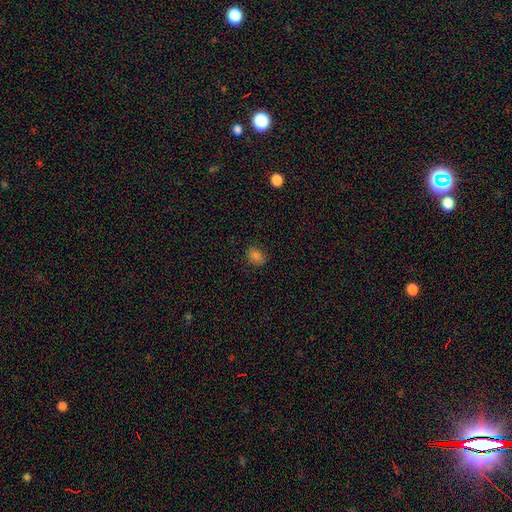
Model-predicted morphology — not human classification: Smooth or featured?
  - smooth: 80% *
  - star or artifact: 13%
  - featured or disk: 7%
How rounded?
  - round: 55% *
  - in between: 44%
  - cigar-shaped: 1%
Merging?
  - none: 82% *
  - minor disturbance: 14%
  - major disturbance: 3%
  - merger: 1%